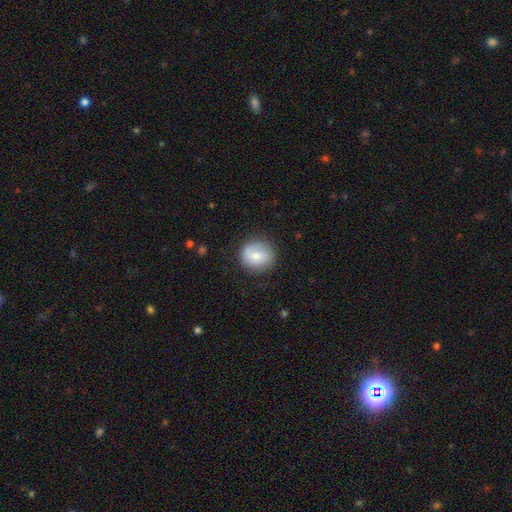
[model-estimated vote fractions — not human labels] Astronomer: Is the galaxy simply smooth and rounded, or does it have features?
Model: smooth — 66%.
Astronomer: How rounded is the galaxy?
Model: round — 86%.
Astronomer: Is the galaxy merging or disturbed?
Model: none — 80%.